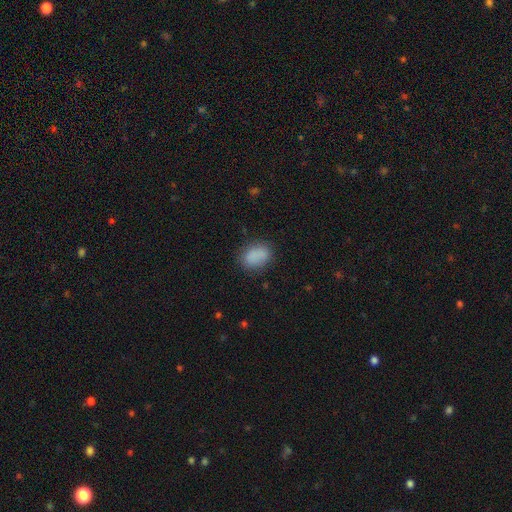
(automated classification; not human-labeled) A smooth galaxy with no disk features (86%) that is in between round and cigar-shaped (75%). Merging: none (80%).